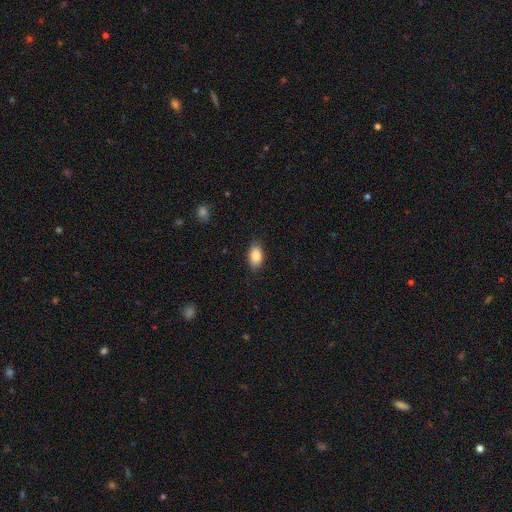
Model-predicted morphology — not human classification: A smooth galaxy with no disk features (86%) that is in between round and cigar-shaped (90%).

Vote fractions:
- Smooth or featured? smooth: 86% / star or artifact: 7% / featured or disk: 6%
- How rounded? in between: 90% / round: 7% / cigar-shaped: 2%
- Merging? none: 83% / minor disturbance: 13% / major disturbance: 3% / merger: 1%